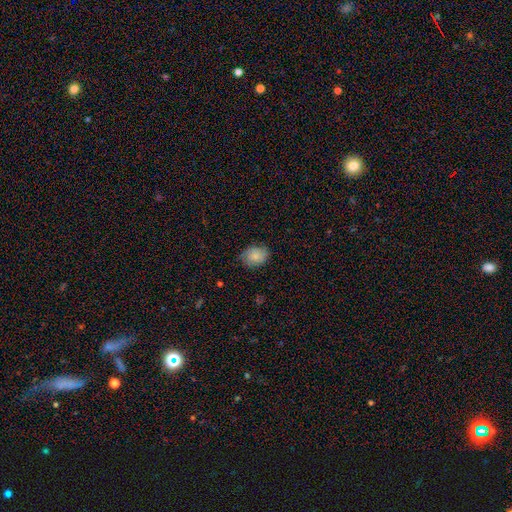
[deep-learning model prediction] Smooth or featured? Predicted: smooth (p=0.79). How rounded? Predicted: in between (p=0.61). Merging? Predicted: none (p=0.75).